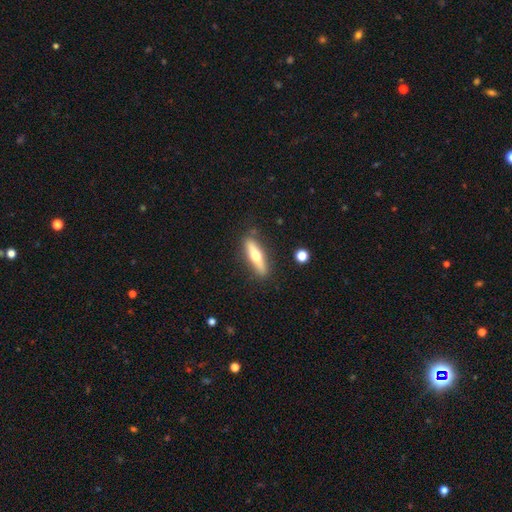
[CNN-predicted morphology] featured or disk 54%, smooth 40%, star or artifact 6%. Down the decision tree: edge-on disk — yes (90%); merging — none (85%).